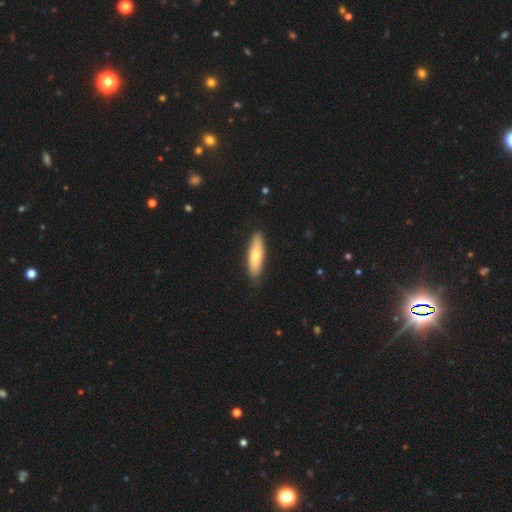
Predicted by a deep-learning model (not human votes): This appears to be a smooth galaxy with no disk features (70%) that is cigar-shaped (59%). Merging: none (88%).